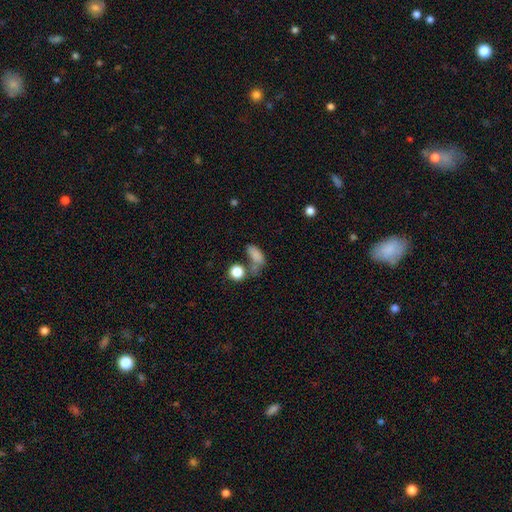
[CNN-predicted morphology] Smooth or featured? smooth (79%)
How rounded? in between (79%)
Merging? none (38%)